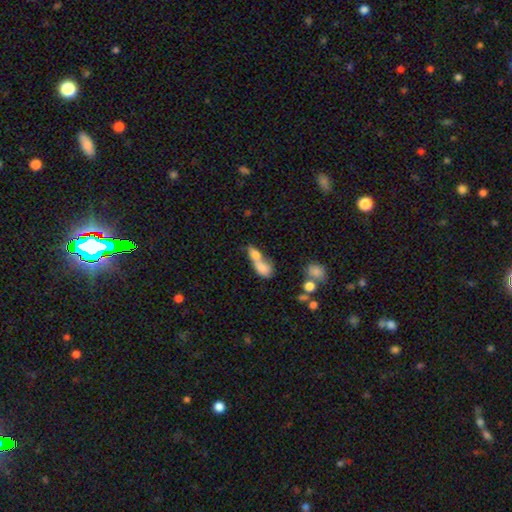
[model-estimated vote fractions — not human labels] smooth 72%, featured or disk 18%, star or artifact 10%. Down the decision tree: how rounded — in between (68%); merging — merger (73%).